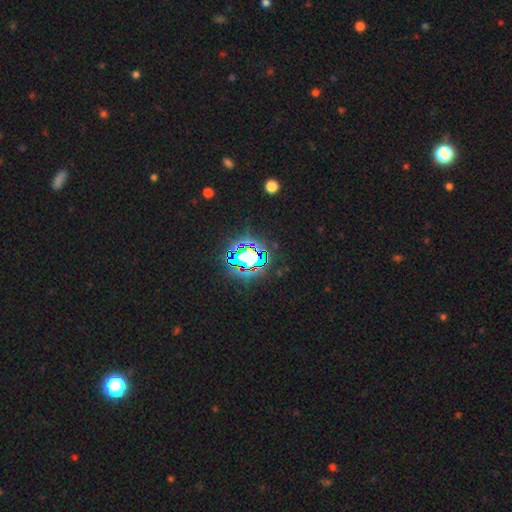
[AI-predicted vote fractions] Morphology: type=star or artifact (77%).